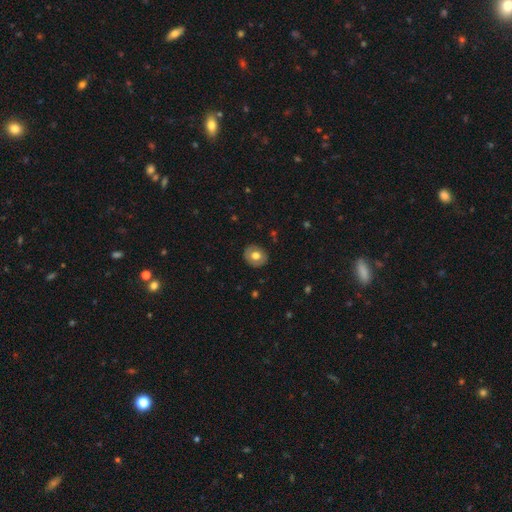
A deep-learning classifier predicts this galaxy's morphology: The model was most divided on "smooth or featured": smooth: 67%, featured or disk: 26%, star or artifact: 8%. More confident: merging — none (87%); how rounded — round (74%).